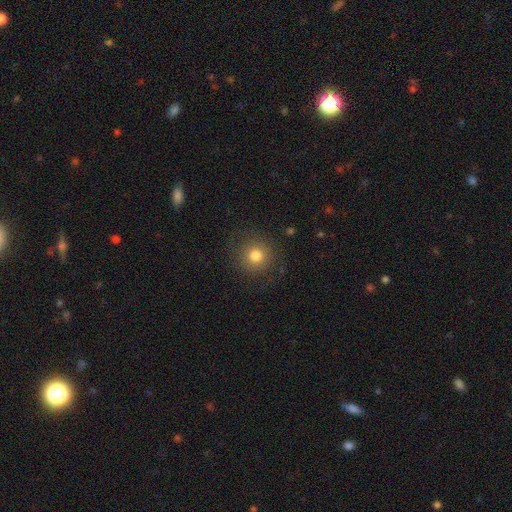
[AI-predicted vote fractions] This is likely a smooth galaxy (79%). How rounded: clearly round (93%). Merging: clearly none (86%).